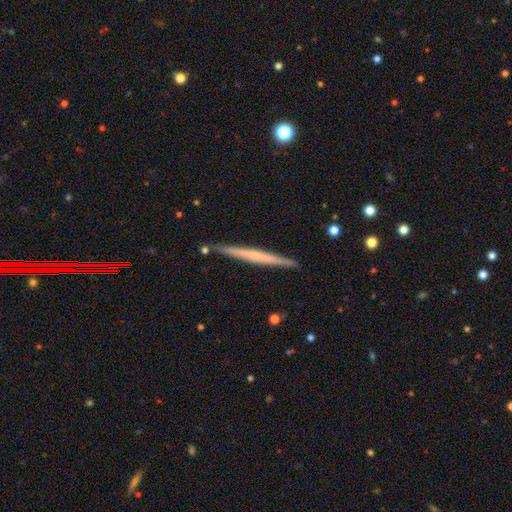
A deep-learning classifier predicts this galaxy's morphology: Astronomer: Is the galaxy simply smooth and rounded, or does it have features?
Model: featured or disk — 55% (runner-up: smooth, 39%).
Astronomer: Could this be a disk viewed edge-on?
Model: yes — 98%.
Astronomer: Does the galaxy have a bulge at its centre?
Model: none — 77%.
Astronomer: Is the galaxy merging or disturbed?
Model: none — 90%.